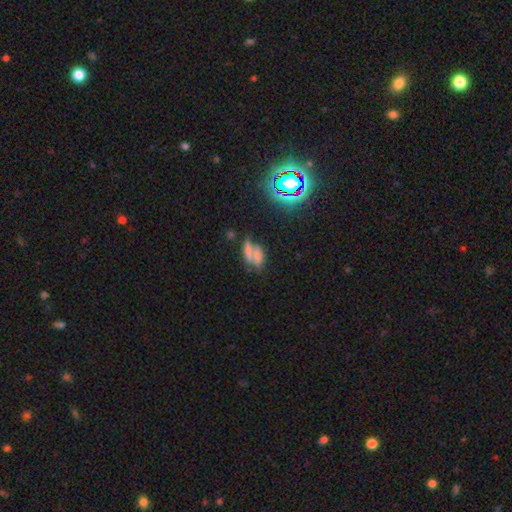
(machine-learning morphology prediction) A smooth galaxy with no disk features (54%) that is in between round and cigar-shaped (62%).

Vote fractions:
- Smooth or featured? smooth: 54% / star or artifact: 25% / featured or disk: 21%
- How rounded? in between: 62% / cigar-shaped: 27% / round: 12%
- Merging? none: 36% / merger: 34% / minor disturbance: 16% / major disturbance: 14%